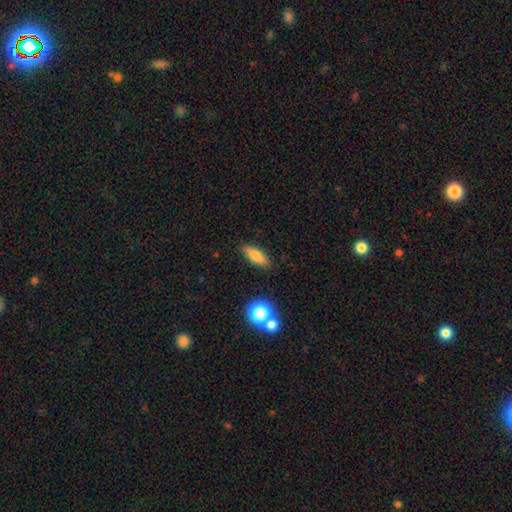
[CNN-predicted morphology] type=smooth (79%); roundness=in between (60%); merging=none (85%).